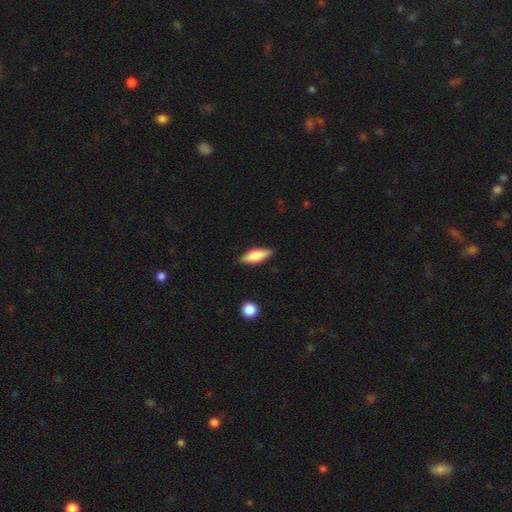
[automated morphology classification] A smooth galaxy with no disk features (68%) that is in between round and cigar-shaped (56%).

Vote fractions:
- Smooth or featured? smooth: 68% / featured or disk: 26% / star or artifact: 6%
- How rounded? in between: 56% / cigar-shaped: 41% / round: 2%
- Merging? none: 87% / minor disturbance: 10% / major disturbance: 2% / merger: 1%